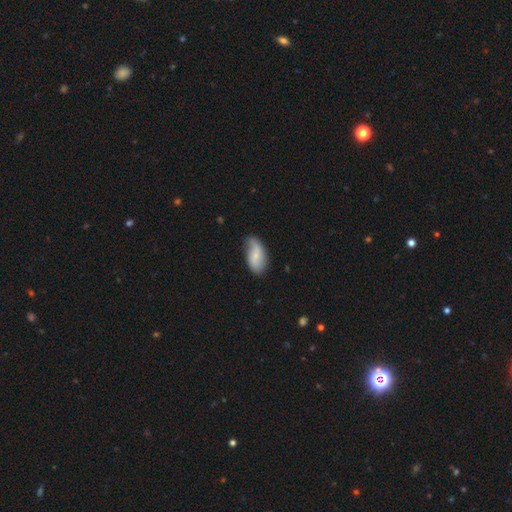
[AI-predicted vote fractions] The model was most divided on "smooth or featured": smooth: 51%, featured or disk: 43%, star or artifact: 6%. More confident: how rounded — in between (91%); merging — none (66%).